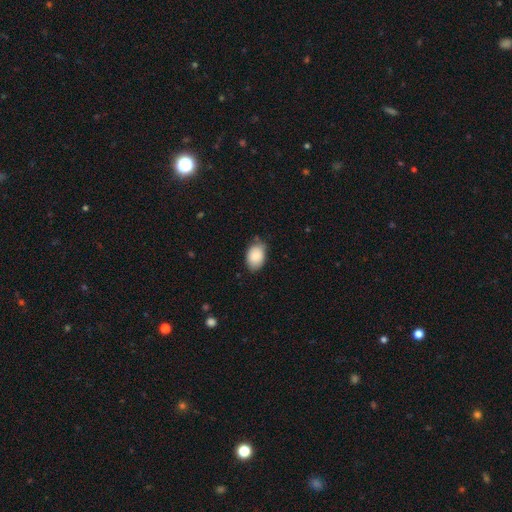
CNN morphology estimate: Smooth or featured? smooth (85%)
How rounded? in between (85%)
Merging? none (74%)